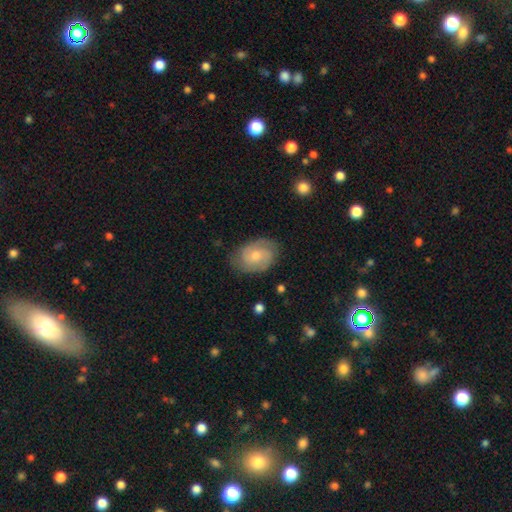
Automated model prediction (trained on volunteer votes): Q: Smooth or featured?
A: featured or disk (63%); runner-up: smooth (31%)
Q: Edge-on disk?
A: no (97%); runner-up: yes (3%)
Q: Bar?
A: no (63%); runner-up: weak (33%)
Q: Spiral arms?
A: yes (90%); runner-up: no (10%)
Q: Spiral winding?
A: tight (46%); runner-up: medium (42%)
Q: Spiral arm count?
A: 2 (62%); runner-up: can't tell (20%)
Q: Bulge size?
A: moderate (53%); runner-up: small (36%)
Q: Merging?
A: none (76%); runner-up: minor disturbance (18%)